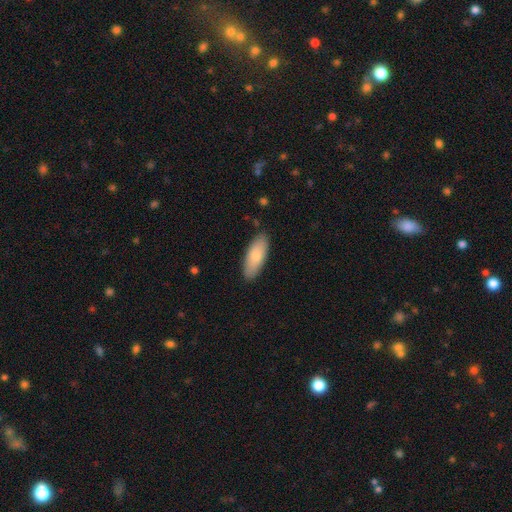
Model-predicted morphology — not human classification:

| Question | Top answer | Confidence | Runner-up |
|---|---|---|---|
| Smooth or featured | smooth | 79% | featured or disk (15%) |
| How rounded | in between | 76% | cigar-shaped (23%) |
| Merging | none | 87% | minor disturbance (10%) |